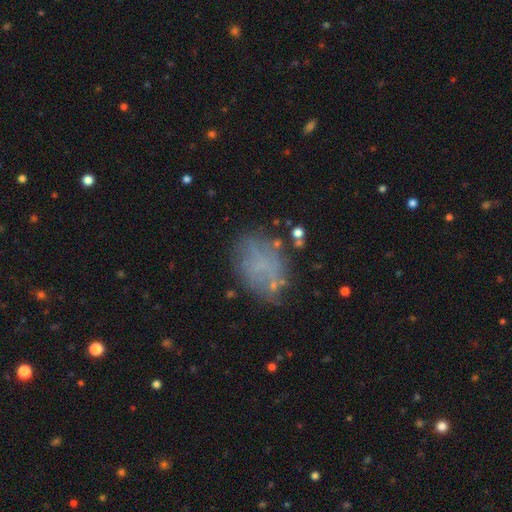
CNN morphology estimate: Smooth or featured?
  - smooth: 46% *
  - featured or disk: 39%
  - star or artifact: 15%
Merging?
  - none: 59% *
  - minor disturbance: 22%
  - major disturbance: 14%
  - merger: 5%